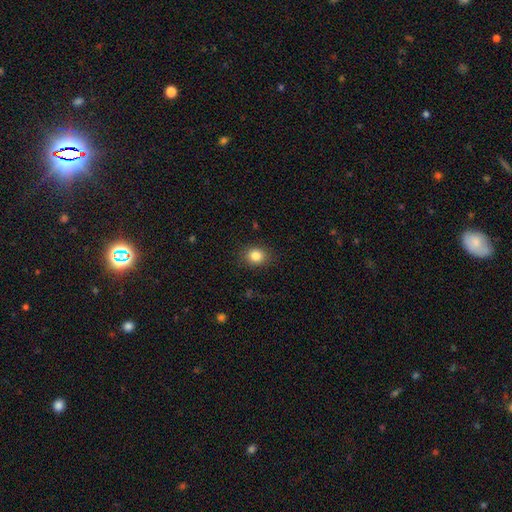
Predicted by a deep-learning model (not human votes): smooth-or-featured: smooth: 84% | star or artifact: 10% | featured or disk: 6%
  how-rounded: round: 61% | in between: 38% | cigar-shaped: 1%
  merging: none: 86% | minor disturbance: 10% | major disturbance: 3% | merger: 1%